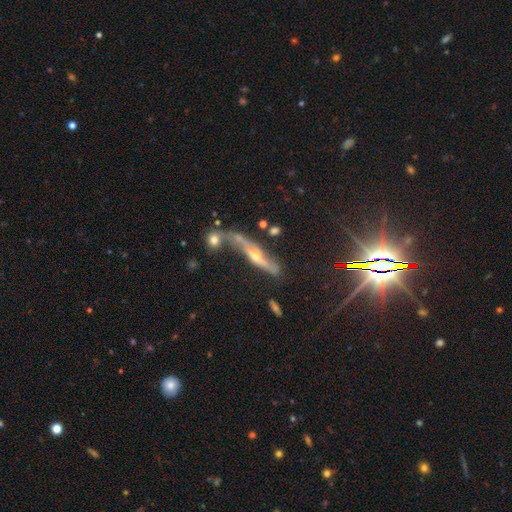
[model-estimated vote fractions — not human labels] This appears to be a featured or disk galaxy (67%) viewed edge-on (66%). Merging: none (37%).